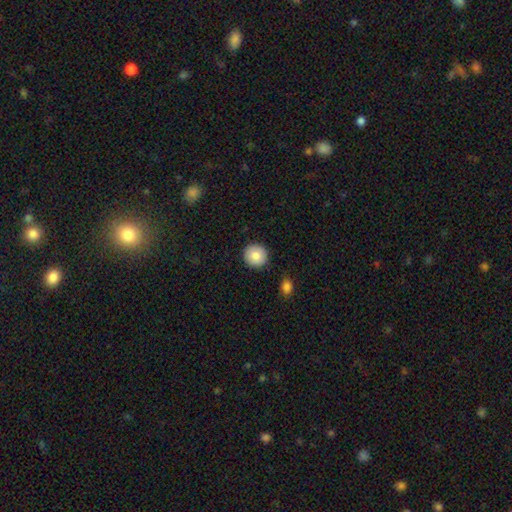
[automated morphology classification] smooth-or-featured: smooth: 85% | featured or disk: 8% | star or artifact: 7%
  how-rounded: round: 93% | in between: 6% | cigar-shaped: 1%
  merging: none: 90% | minor disturbance: 7% | major disturbance: 2% | merger: 2%